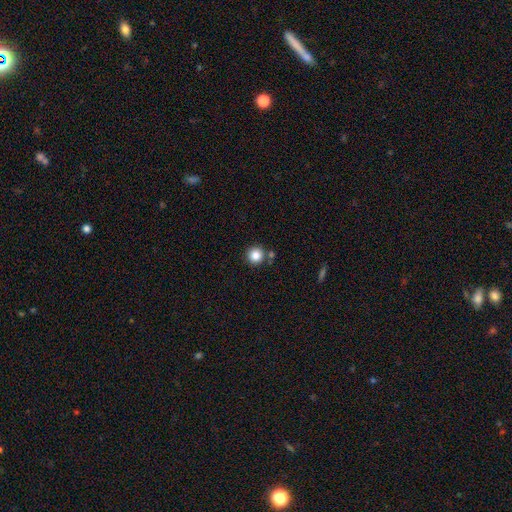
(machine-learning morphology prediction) smooth_or_featured: smooth (p=0.85) [alt: star or artifact p=0.10]
how_rounded: round (p=0.95) [alt: in between p=0.04]
merging: none (p=0.81) [alt: merger p=0.09]